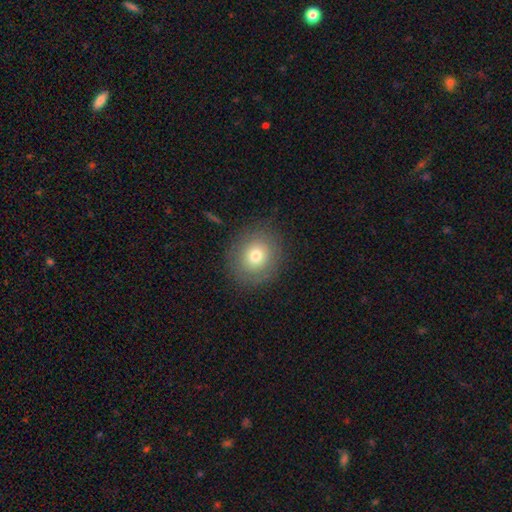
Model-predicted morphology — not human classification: Overall: smooth (75%). How rounded: round (78%). Merging: none (86%).